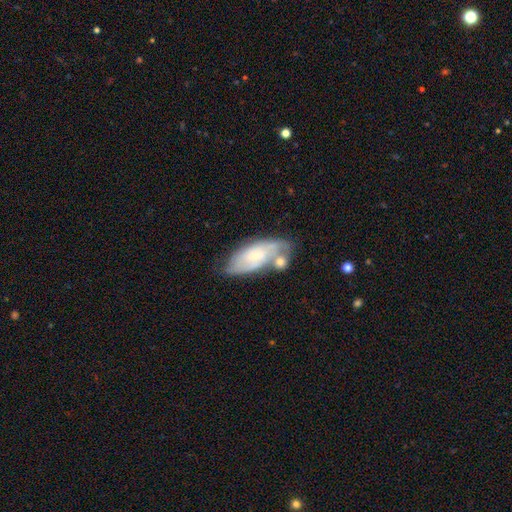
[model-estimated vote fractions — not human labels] Overall: featured or disk (51%; smooth 42%). Edge-on disk: no (87%). Merging: none (49%; minor disturbance 23%).